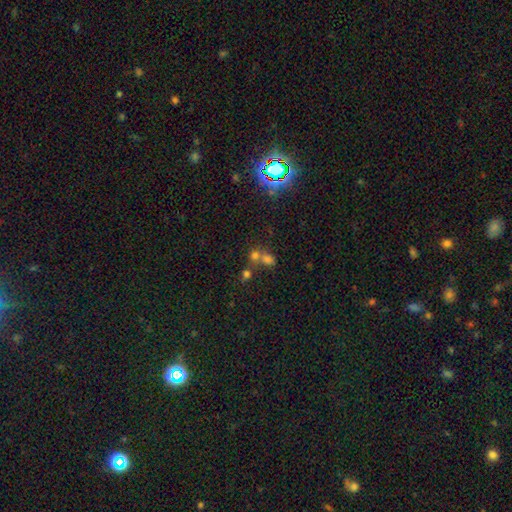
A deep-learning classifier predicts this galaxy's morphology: smooth_or_featured: smooth (p=0.55) [alt: star or artifact p=0.32]
how_rounded: round (p=0.72) [alt: in between p=0.26]
merging: merger (p=0.52) [alt: none p=0.38]